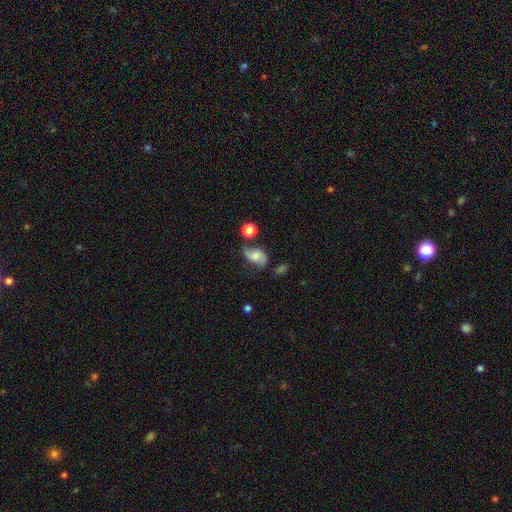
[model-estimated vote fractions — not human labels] featured or disk 56%, smooth 34%, star or artifact 9%. Down the decision tree: edge-on disk — no (96%); bar — no (65%); spiral arms — yes (87%); bulge size — moderate (51%); merging — none (58%).